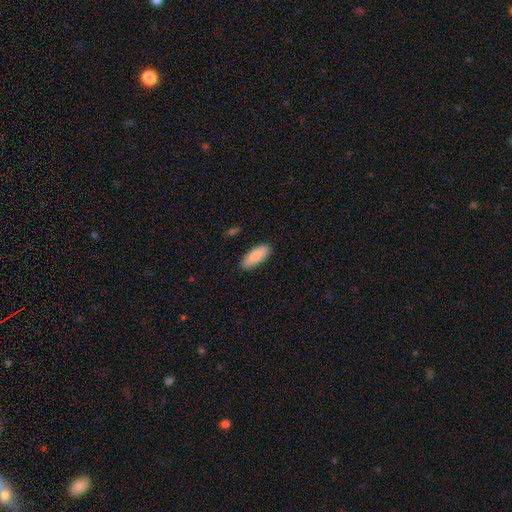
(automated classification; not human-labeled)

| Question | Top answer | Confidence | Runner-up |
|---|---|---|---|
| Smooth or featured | smooth | 85% | featured or disk (9%) |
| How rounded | in between | 75% | cigar-shaped (23%) |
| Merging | none | 87% | minor disturbance (10%) |